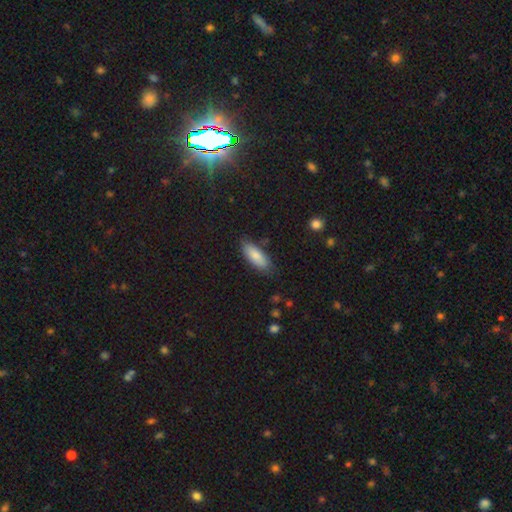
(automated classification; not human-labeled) Q: Smooth or featured?
A: smooth (83%); runner-up: featured or disk (10%)
Q: How rounded?
A: in between (77%); runner-up: cigar-shaped (21%)
Q: Merging?
A: none (78%); runner-up: minor disturbance (17%)